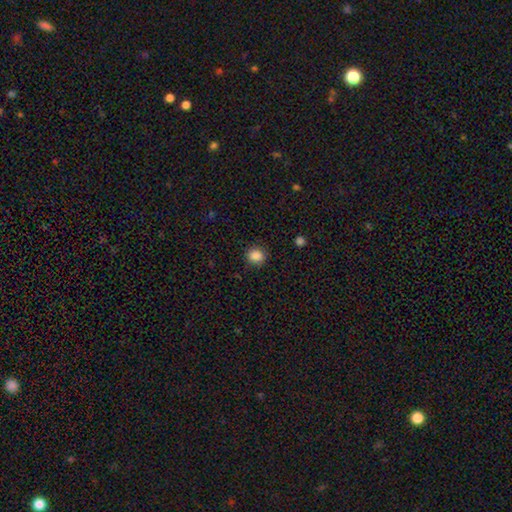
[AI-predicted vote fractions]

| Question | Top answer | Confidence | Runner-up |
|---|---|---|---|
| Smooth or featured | smooth | 87% | star or artifact (10%) |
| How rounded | round | 83% | in between (16%) |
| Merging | none | 87% | minor disturbance (9%) |